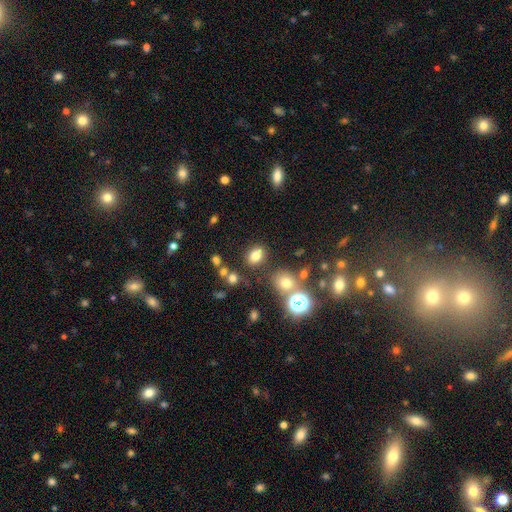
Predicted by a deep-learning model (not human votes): Q: Smooth or featured?
A: smooth (76%); runner-up: star or artifact (17%)
Q: How rounded?
A: in between (61%); runner-up: round (38%)
Q: Merging?
A: none (77%); runner-up: minor disturbance (12%)